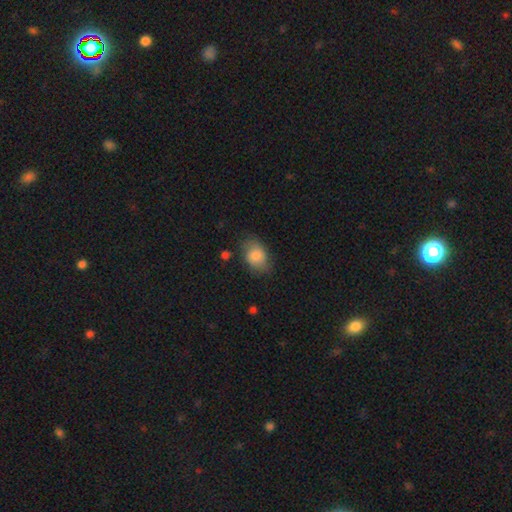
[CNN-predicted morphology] The model was most divided on "merging": none: 67%, minor disturbance: 24%, major disturbance: 7%, merger: 2%. More confident: smooth or featured — smooth (81%); how rounded — in between (77%).